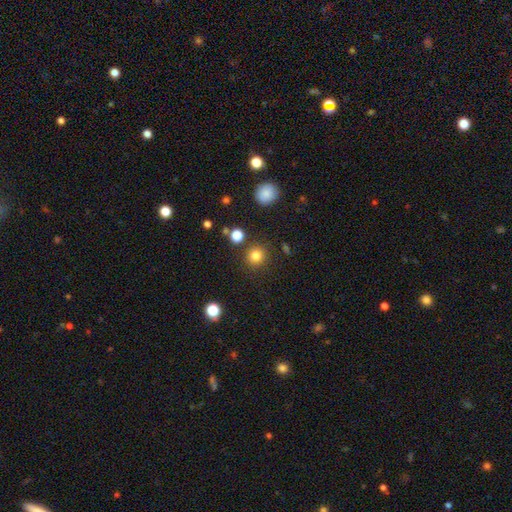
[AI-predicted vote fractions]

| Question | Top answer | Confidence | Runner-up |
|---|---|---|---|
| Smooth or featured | smooth | 82% | star or artifact (13%) |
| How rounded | round | 92% | in between (7%) |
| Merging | none | 87% | minor disturbance (7%) |